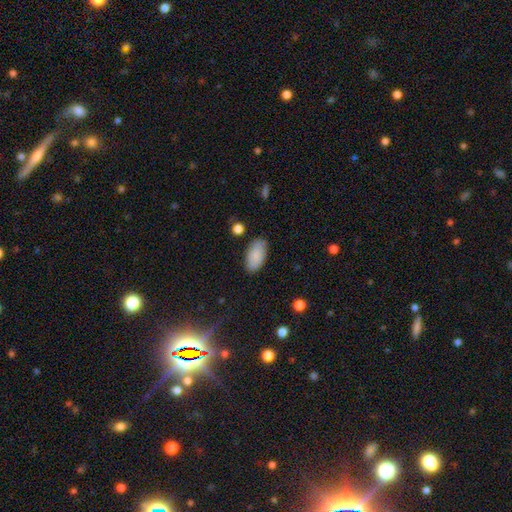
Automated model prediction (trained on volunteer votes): Smooth or featured: smooth — 86% (featured or disk — 7%)
How rounded: in between — 95% (cigar-shaped — 3%)
Merging: none — 82% (minor disturbance — 13%)